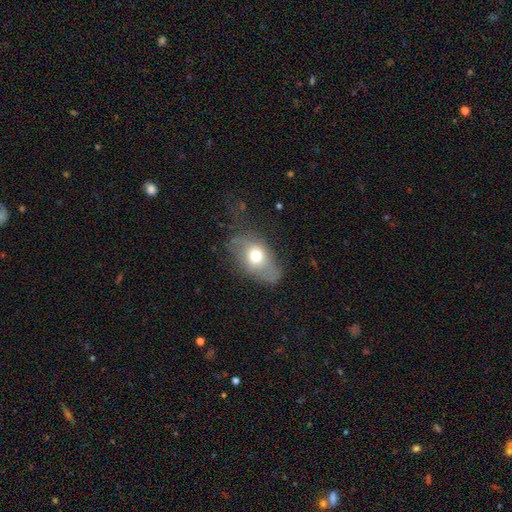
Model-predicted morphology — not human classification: This appears to be a smooth galaxy with no disk features (64%) that is in between round and cigar-shaped (77%). Merging: none (48%).